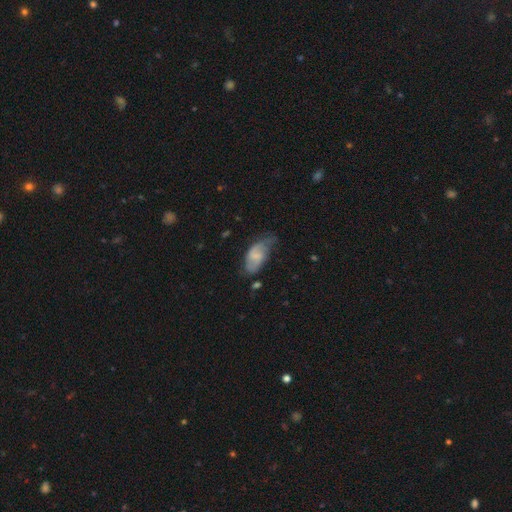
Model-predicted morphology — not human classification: This appears to be a featured or disk galaxy (48%). Merging: none (43%).